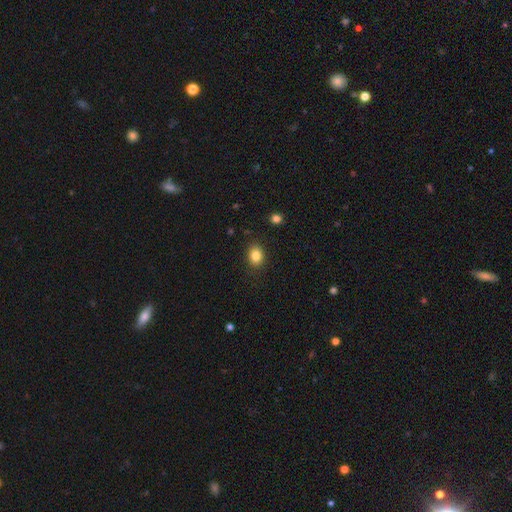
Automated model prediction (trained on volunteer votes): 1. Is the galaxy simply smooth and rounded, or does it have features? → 83% smooth, 10% star or artifact, 7% featured or disk.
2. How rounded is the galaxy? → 55% in between, 44% round, 1% cigar-shaped.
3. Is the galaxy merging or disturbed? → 87% none, 9% minor disturbance, 2% major disturbance, 1% merger.